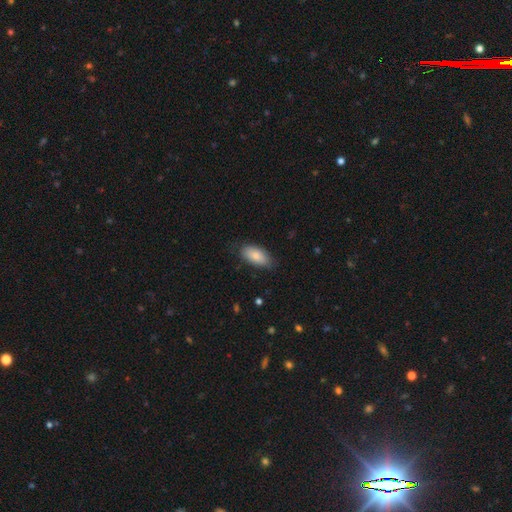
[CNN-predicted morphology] This is likely a smooth galaxy (80%). How rounded: clearly in between (91%). Merging: likely none (77%).